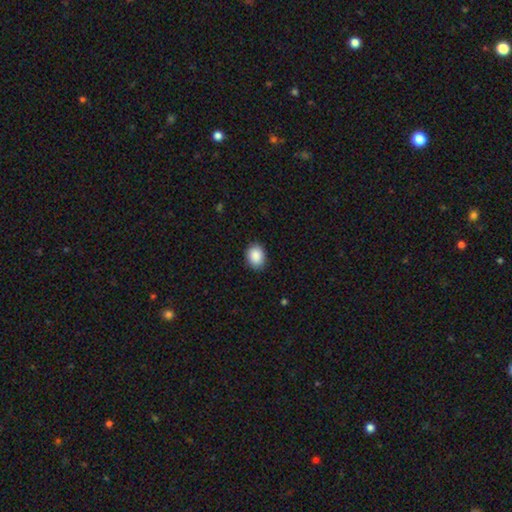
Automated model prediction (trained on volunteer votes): Smooth or featured? smooth (89%)
How rounded? in between (61%)
Merging? none (87%)